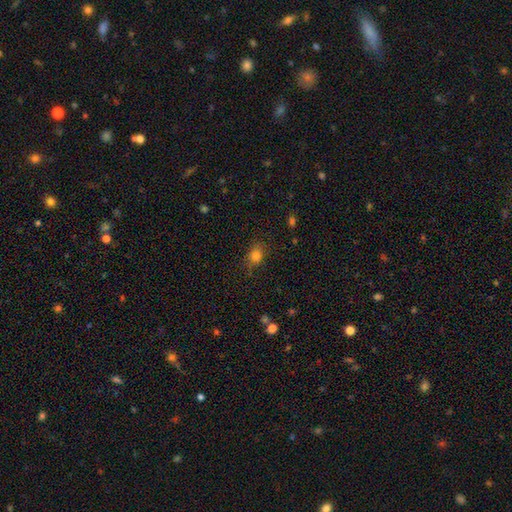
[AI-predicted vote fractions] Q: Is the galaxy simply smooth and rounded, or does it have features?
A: smooth — 81%.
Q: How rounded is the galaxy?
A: in between — 52%.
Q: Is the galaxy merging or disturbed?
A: none — 76%.